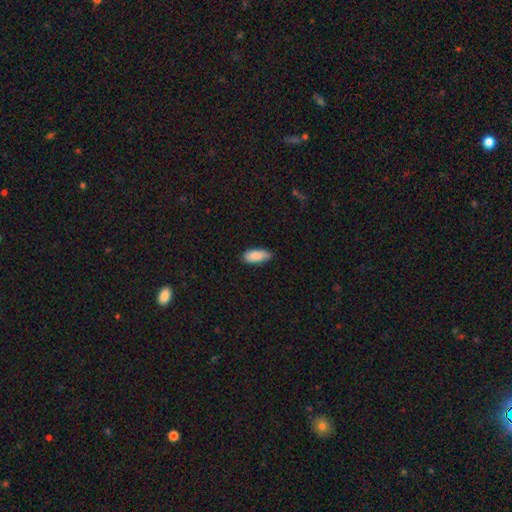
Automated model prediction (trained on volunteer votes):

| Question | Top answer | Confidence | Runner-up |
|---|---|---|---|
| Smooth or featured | smooth | 89% | star or artifact (6%) |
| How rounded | in between | 85% | cigar-shaped (13%) |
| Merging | none | 80% | minor disturbance (17%) |